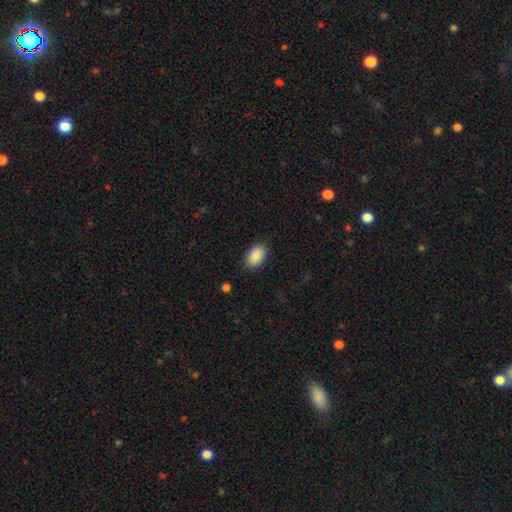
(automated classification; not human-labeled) smooth-or-featured: smooth: 90% | star or artifact: 7% | featured or disk: 4%
  how-rounded: in between: 92% | round: 7% | cigar-shaped: 1%
  merging: none: 87% | minor disturbance: 10% | major disturbance: 3% | merger: 1%